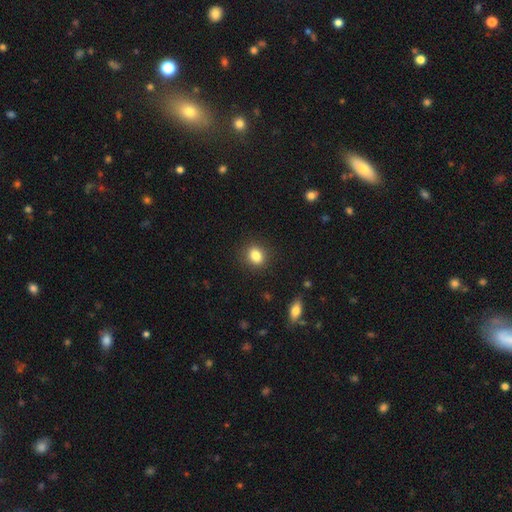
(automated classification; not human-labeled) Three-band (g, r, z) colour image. It shows a smooth galaxy with no disk features (84%) that is round (51%). Merging: none (88%).